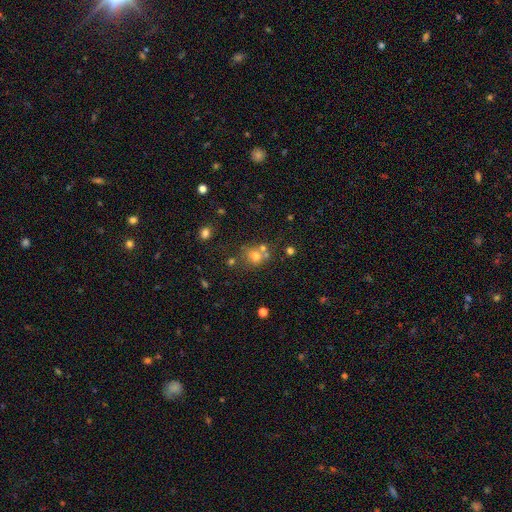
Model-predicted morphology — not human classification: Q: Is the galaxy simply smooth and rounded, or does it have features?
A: smooth — 67%.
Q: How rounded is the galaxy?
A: round — 80%.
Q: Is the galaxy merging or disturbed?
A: none — 55%.